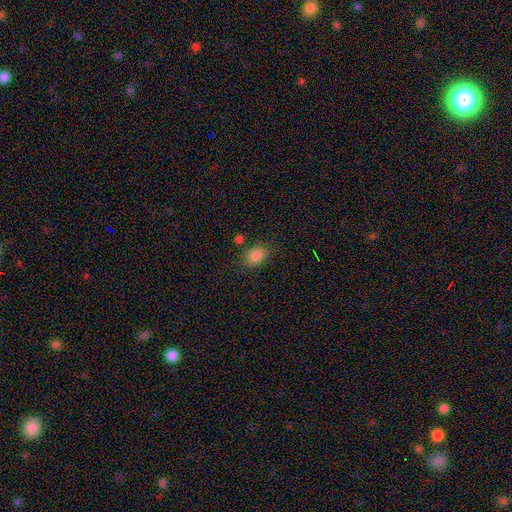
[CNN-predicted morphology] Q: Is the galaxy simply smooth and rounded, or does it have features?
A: smooth — 85%.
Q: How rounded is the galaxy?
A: in between — 70%.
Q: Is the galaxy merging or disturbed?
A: none — 75%.